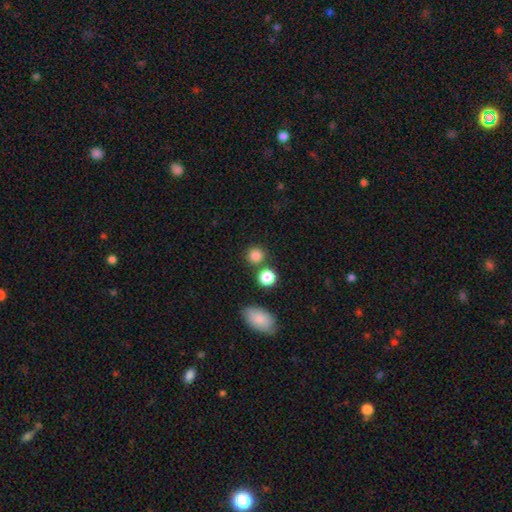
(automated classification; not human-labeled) smooth_or_featured: smooth (p=0.83) [alt: star or artifact p=0.12]
how_rounded: round (p=0.89) [alt: in between p=0.10]
merging: none (p=0.75) [alt: merger p=0.14]